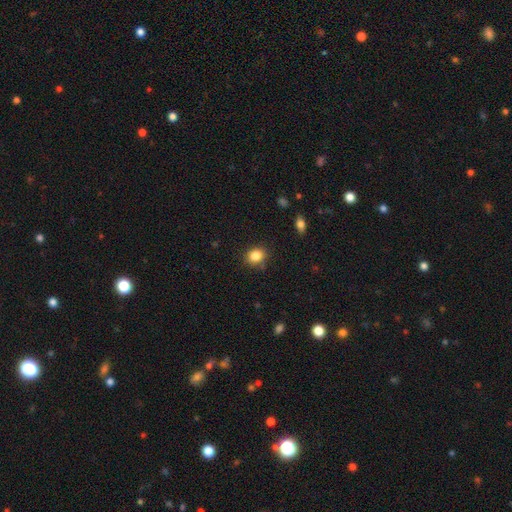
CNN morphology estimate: A smooth galaxy with no disk features (85%) that is round (57%). Merging: none (84%).